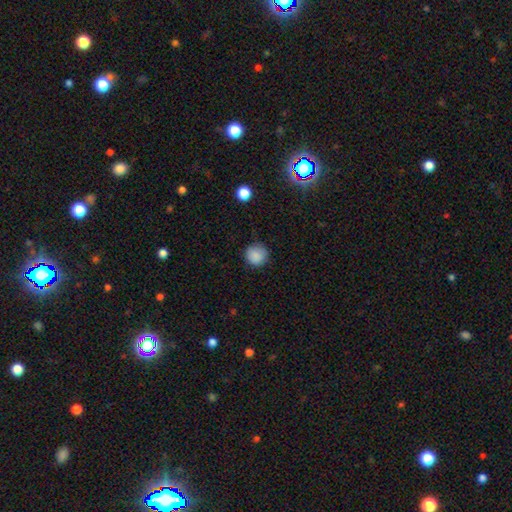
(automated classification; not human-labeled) A smooth galaxy with no disk features (87%) that is round (92%).

Vote fractions:
- Smooth or featured? smooth: 87% / star or artifact: 9% / featured or disk: 4%
- How rounded? round: 92% / in between: 7% / cigar-shaped: 1%
- Merging? none: 82% / minor disturbance: 14% / major disturbance: 3% / merger: 1%